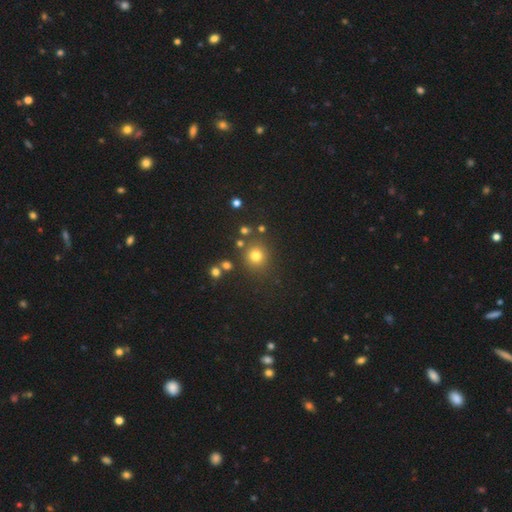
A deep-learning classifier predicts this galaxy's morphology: smooth_or_featured: smooth (p=0.77) [alt: star or artifact p=0.16]
how_rounded: round (p=0.90) [alt: in between p=0.09]
merging: none (p=0.81) [alt: minor disturbance p=0.09]